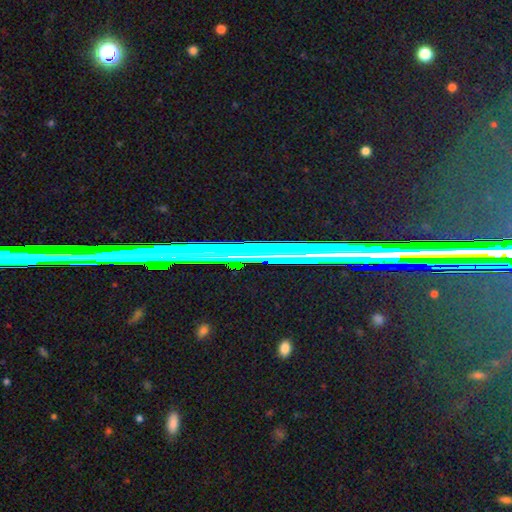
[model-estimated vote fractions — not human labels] Overall: star or artifact (74%).